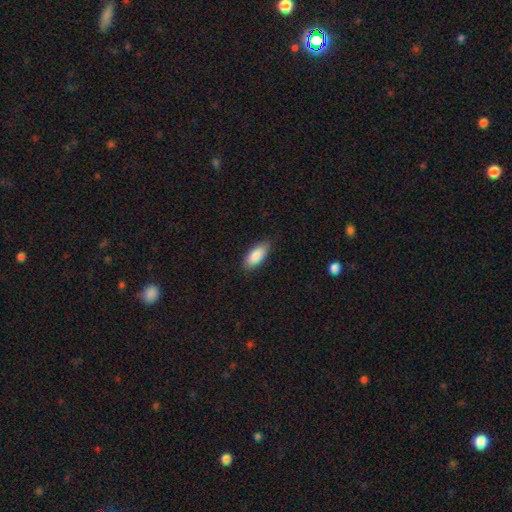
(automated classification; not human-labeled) smooth-or-featured: smooth: 87% | featured or disk: 7% | star or artifact: 6%
  how-rounded: in between: 86% | cigar-shaped: 12% | round: 2%
  merging: none: 82% | minor disturbance: 15% | major disturbance: 3% | merger: 1%